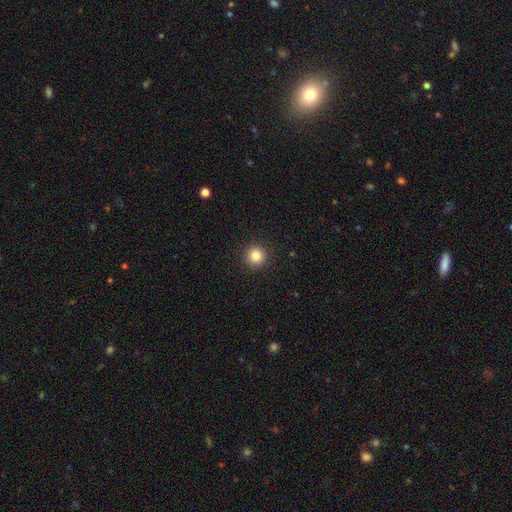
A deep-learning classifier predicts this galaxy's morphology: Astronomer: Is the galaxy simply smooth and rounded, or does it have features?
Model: smooth — 85%.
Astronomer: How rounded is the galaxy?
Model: round — 95%.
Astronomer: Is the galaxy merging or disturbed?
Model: none — 92%.